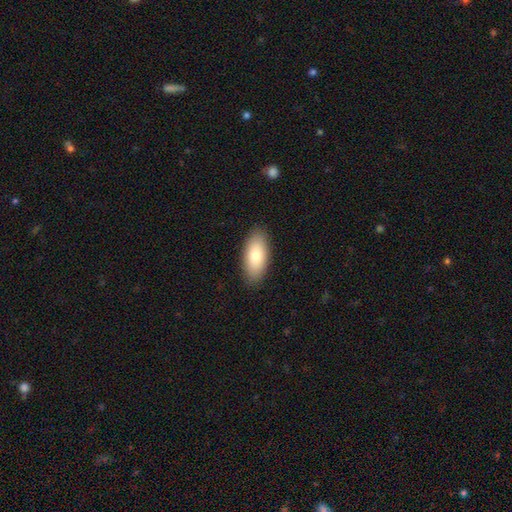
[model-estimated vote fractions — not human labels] Overall: smooth (82%). How rounded: in between (89%). Merging: none (88%).